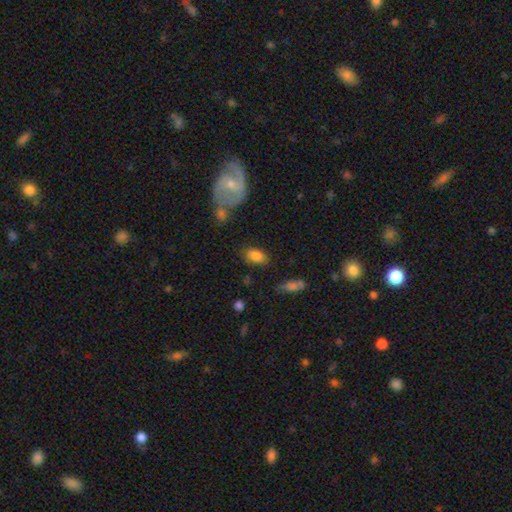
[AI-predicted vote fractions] The model was most divided on "merging": none: 74%, minor disturbance: 16%, major disturbance: 5%, merger: 5%. More confident: how rounded — in between (91%); smooth or featured — smooth (83%).